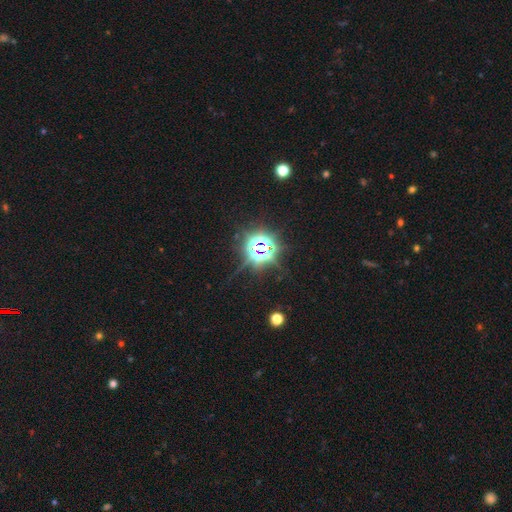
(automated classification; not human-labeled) smooth_or_featured: star or artifact (p=0.82) [alt: smooth p=0.10]